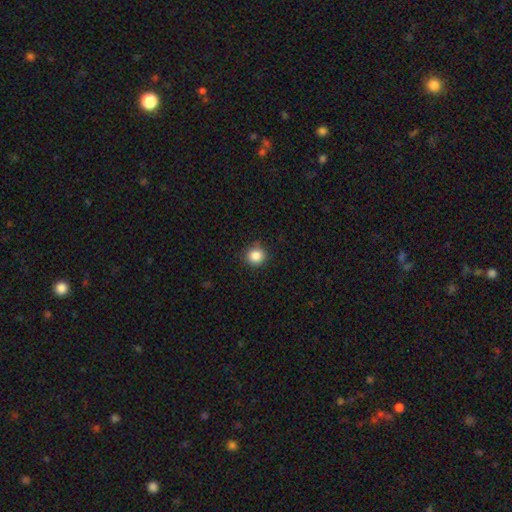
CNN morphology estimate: This appears to be a smooth galaxy with no disk features (86%) that is round (90%). Merging: none (88%).